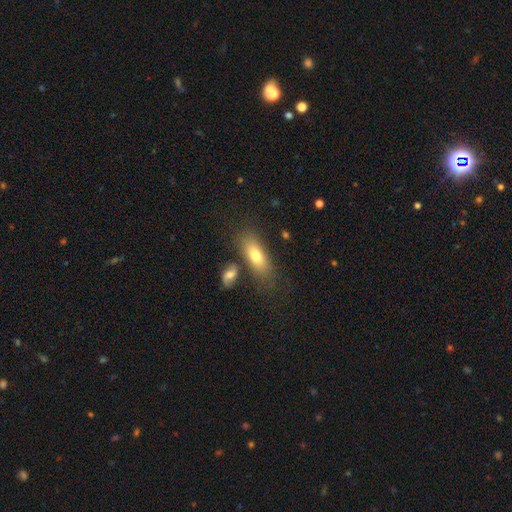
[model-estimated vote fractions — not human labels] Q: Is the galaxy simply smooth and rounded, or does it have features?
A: smooth — 73%.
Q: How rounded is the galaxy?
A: in between — 79%.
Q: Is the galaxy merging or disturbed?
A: none — 69%.